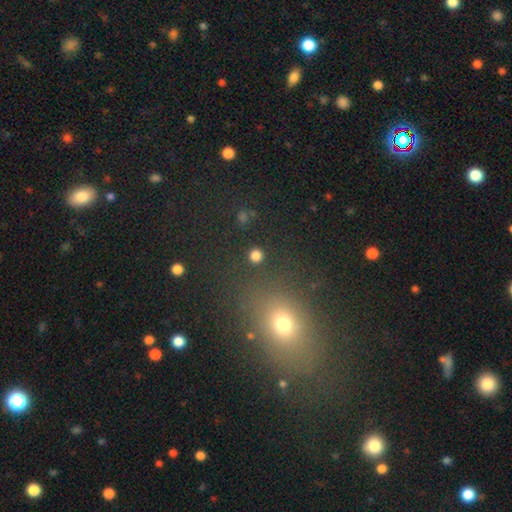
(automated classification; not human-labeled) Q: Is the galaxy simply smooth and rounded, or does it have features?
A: smooth — 80%.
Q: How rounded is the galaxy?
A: round — 91%.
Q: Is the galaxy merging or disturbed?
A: none — 89%.